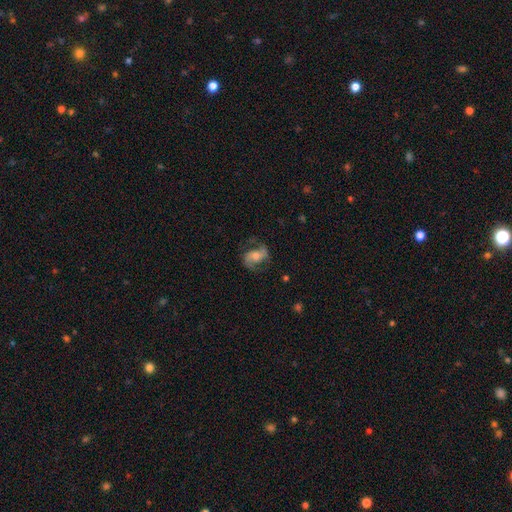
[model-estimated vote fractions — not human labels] A featured or disk galaxy (79%) with no bar (47%), 2 (92%) loose (45%) spiral arms (94%) and a moderate central bulge (56%).

Vote fractions:
- Smooth or featured? featured or disk: 79% / smooth: 14% / star or artifact: 7%
- Edge-on disk? no: 97% / yes: 3%
- Bar? no: 47% / weak: 36% / strong: 18%
- Spiral arms? yes: 94% / no: 6%
- Spiral winding? loose: 45% / medium: 44% / tight: 12%
- Spiral arm count? 2: 92% / can't tell: 3% / 1: 2% / 3: 1% / 4: 1% / more than 4: 1%
- Bulge size? moderate: 56% / small: 34% / large: 6% / none: 3% / dominant: 1%
- Merging? none: 73% / minor disturbance: 16% / major disturbance: 9% / merger: 2%